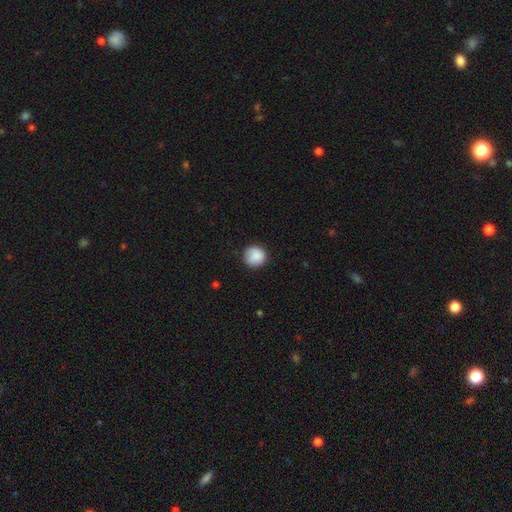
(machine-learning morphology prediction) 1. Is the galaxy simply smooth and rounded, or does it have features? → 87% smooth, 7% star or artifact, 6% featured or disk.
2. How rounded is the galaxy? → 93% round, 6% in between, 1% cigar-shaped.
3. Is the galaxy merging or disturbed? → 83% none, 13% minor disturbance, 3% major disturbance, 1% merger.